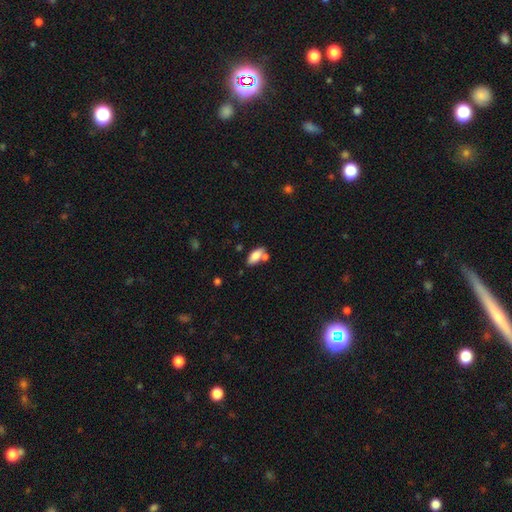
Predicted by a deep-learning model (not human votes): This appears to be a smooth galaxy with no disk features (80%) that is in between round and cigar-shaped (85%). Merging: none (56%).